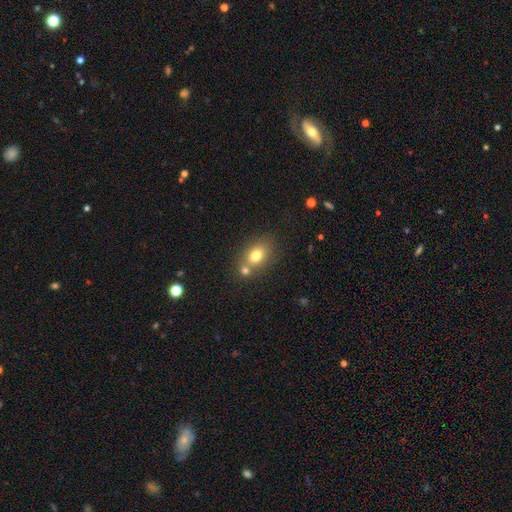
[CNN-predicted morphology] A smooth galaxy with no disk features (75%) that is in between round and cigar-shaped (71%). Merging: none (53%).